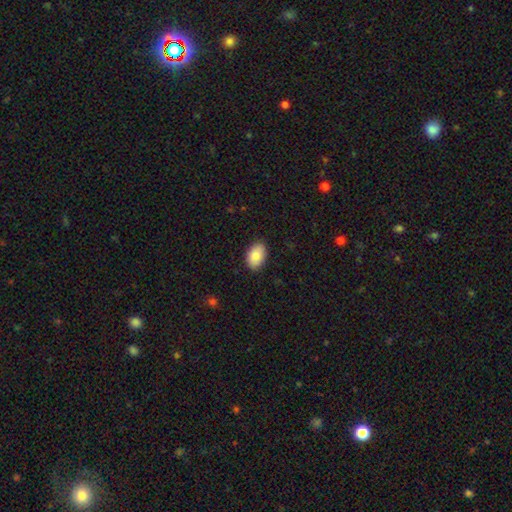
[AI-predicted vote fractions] This appears to be a smooth galaxy with no disk features (86%) that is in between round and cigar-shaped (91%). Merging: none (87%).